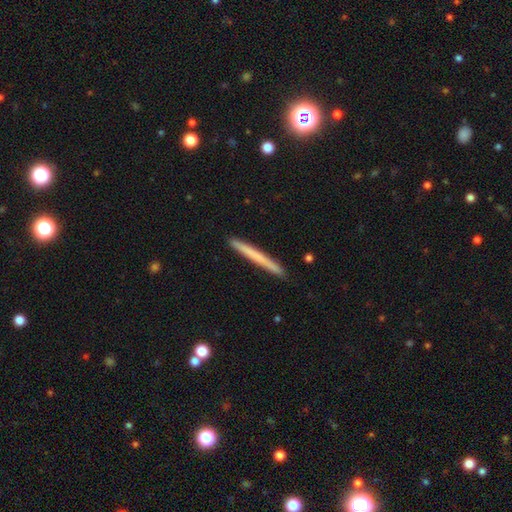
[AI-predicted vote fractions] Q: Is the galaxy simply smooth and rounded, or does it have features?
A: smooth — 61%.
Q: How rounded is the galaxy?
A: cigar-shaped — 97%.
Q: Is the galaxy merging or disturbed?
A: none — 92%.